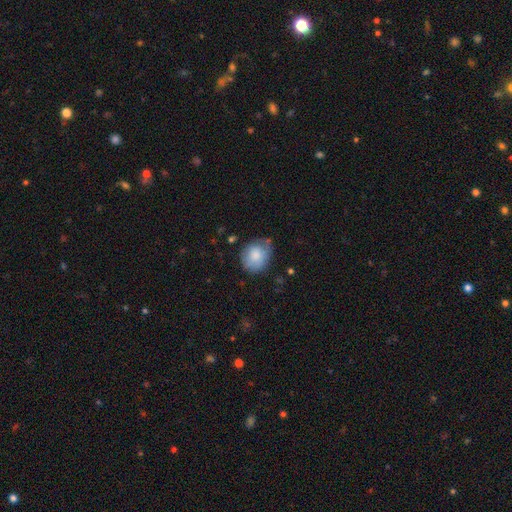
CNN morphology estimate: smooth 78%, featured or disk 15%, star or artifact 7%. Down the decision tree: how rounded — round (62%); merging — none (58%).